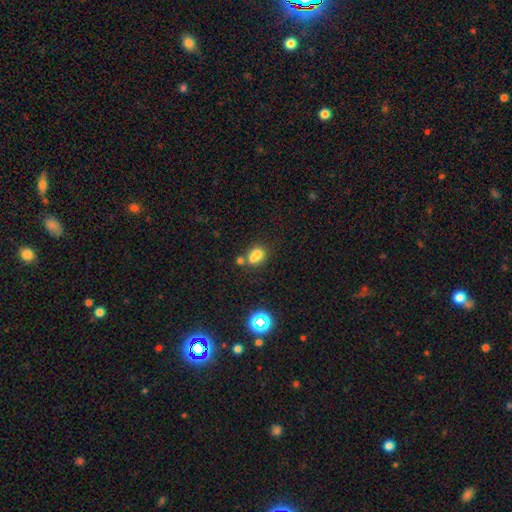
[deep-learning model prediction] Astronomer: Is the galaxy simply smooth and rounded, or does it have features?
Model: smooth — 73%.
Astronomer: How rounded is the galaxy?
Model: in between — 64%.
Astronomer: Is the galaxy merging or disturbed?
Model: merger — 42% (runner-up: none, 41%).